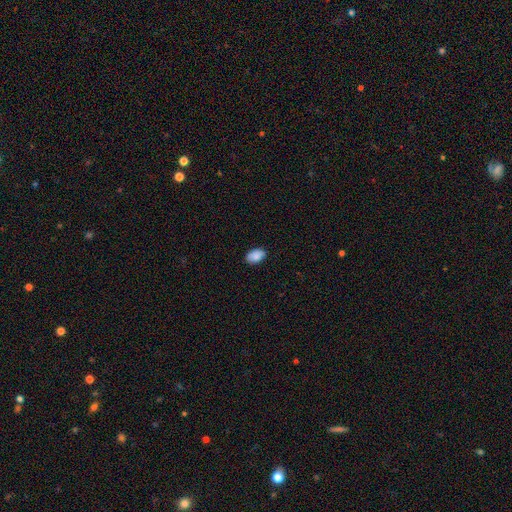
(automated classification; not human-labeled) smooth_or_featured: smooth (p=0.88) [alt: star or artifact p=0.07]
how_rounded: in between (p=0.93) [alt: round p=0.06]
merging: none (p=0.86) [alt: minor disturbance p=0.11]